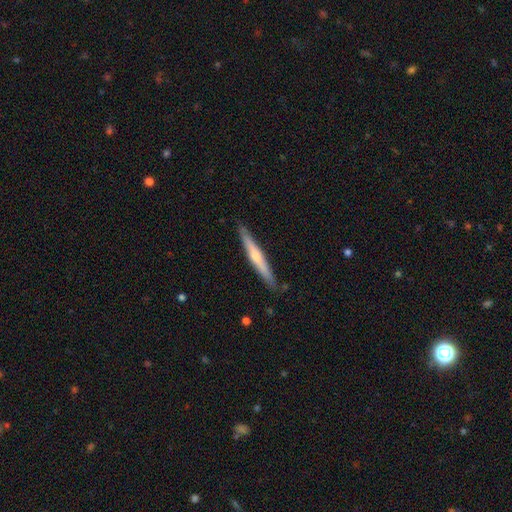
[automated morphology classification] A featured or disk galaxy (53%) viewed edge-on (96%) with a rounded central bulge (67%).

Vote fractions:
- Smooth or featured? featured or disk: 53% / smooth: 41% / star or artifact: 5%
- Edge-on disk? yes: 96% / no: 4%
- Edge-on bulge? rounded: 67% / none: 27% / boxy: 6%
- Merging? none: 89% / minor disturbance: 8% / major disturbance: 1% / merger: 1%